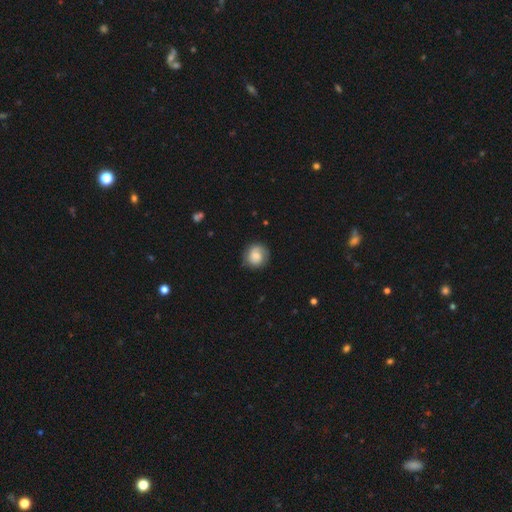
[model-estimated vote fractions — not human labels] A smooth galaxy with no disk features (58%) that is round (86%). Merging: none (77%).